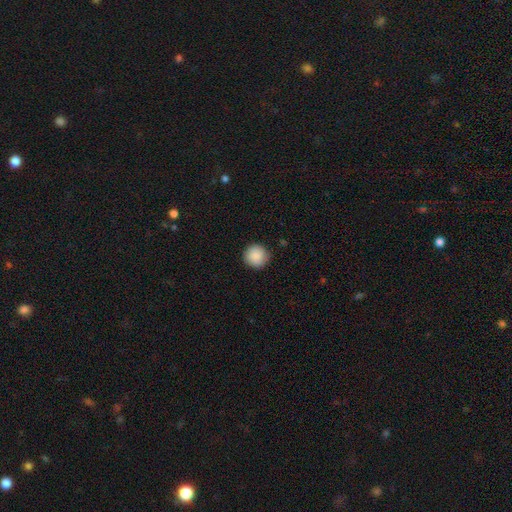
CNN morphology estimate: type=smooth (89%); roundness=round (95%); merging=none (89%).